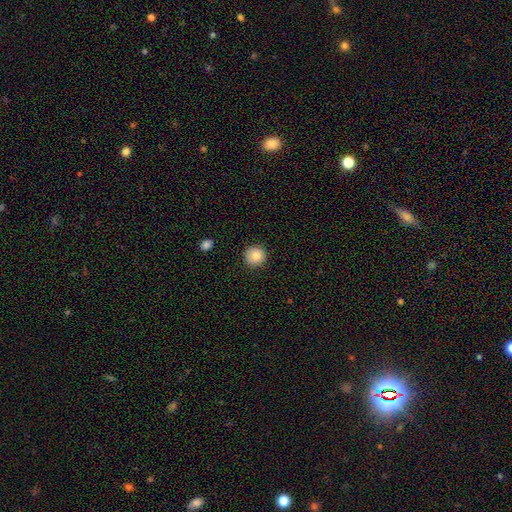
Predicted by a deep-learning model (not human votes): smooth-or-featured: smooth: 85% | star or artifact: 9% | featured or disk: 6%
  how-rounded: round: 94% | in between: 6% | cigar-shaped: 1%
  merging: none: 90% | minor disturbance: 7% | major disturbance: 2% | merger: 1%